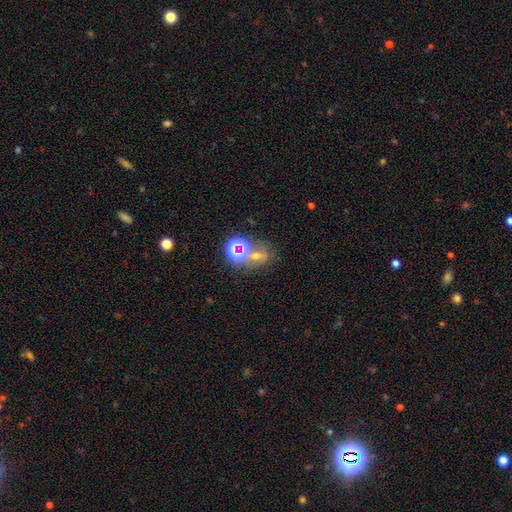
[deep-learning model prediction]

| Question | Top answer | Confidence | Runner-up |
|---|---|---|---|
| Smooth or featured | star or artifact | 60% | smooth (26%) |